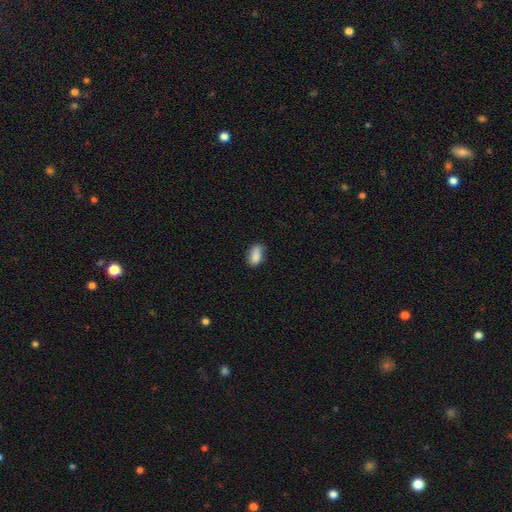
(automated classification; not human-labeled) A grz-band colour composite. It shows a smooth galaxy with no disk features (86%) that is in between round and cigar-shaped (88%). Merging: none (65%).